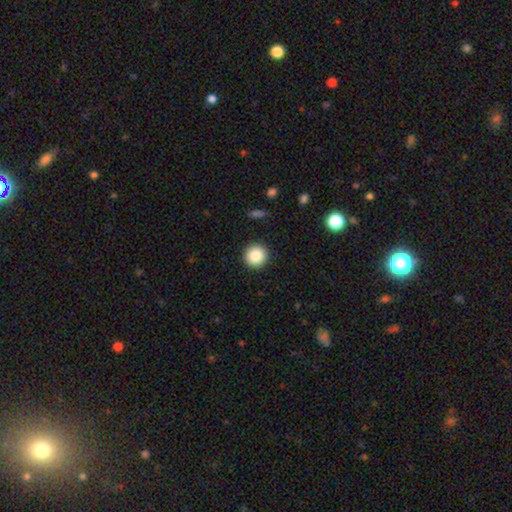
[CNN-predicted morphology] Overall: smooth (86%). How rounded: round (95%). Merging: none (92%).